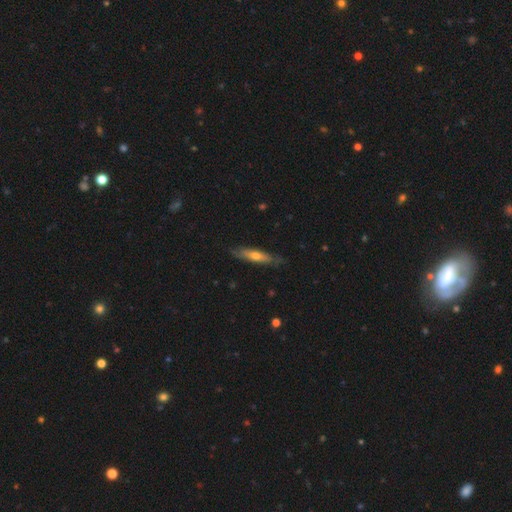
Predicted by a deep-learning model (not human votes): A smooth galaxy with no disk features (49%).

Vote fractions:
- Smooth or featured? smooth: 49% / featured or disk: 46% / star or artifact: 6%
- Merging? none: 76% / minor disturbance: 19% / major disturbance: 4% / merger: 1%